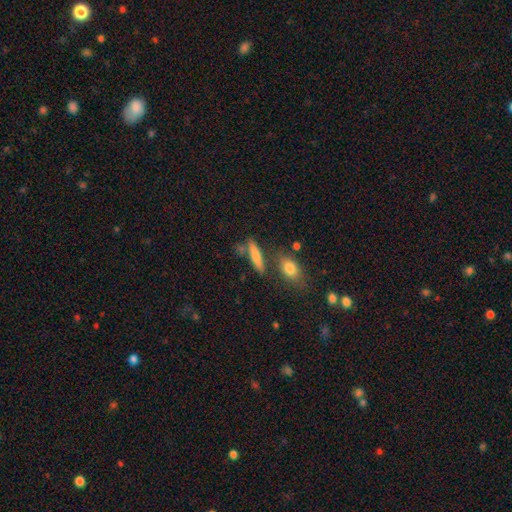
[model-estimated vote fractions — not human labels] A smooth galaxy with no disk features (73%) that is cigar-shaped (76%). Merging: none (71%).